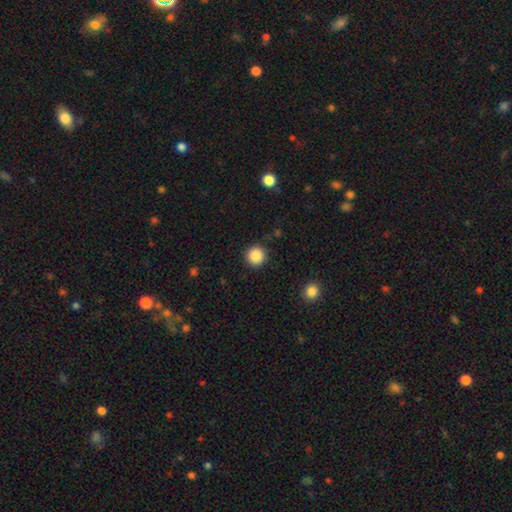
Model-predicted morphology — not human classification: Smooth or featured?
  - smooth: 87% *
  - star or artifact: 10%
  - featured or disk: 3%
How rounded?
  - round: 94% *
  - in between: 5%
  - cigar-shaped: 1%
Merging?
  - none: 90% *
  - minor disturbance: 7%
  - major disturbance: 2%
  - merger: 1%